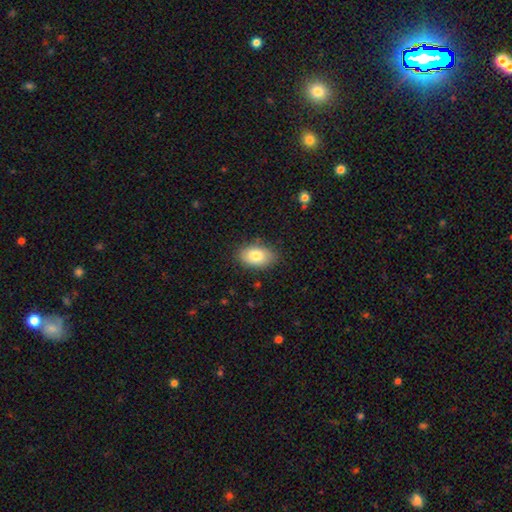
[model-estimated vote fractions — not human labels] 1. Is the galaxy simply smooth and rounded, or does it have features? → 81% smooth, 12% featured or disk, 7% star or artifact.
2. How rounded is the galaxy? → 91% in between, 8% round, 1% cigar-shaped.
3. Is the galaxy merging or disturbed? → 83% none, 13% minor disturbance, 3% major disturbance, 1% merger.